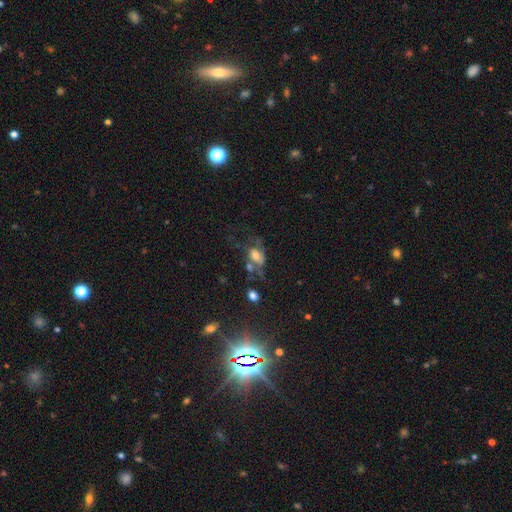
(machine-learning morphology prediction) Smooth or featured?
  - smooth: 47% *
  - featured or disk: 40%
  - star or artifact: 13%
Merging?
  - major disturbance: 35% *
  - none: 26%
  - merger: 21%
  - minor disturbance: 18%